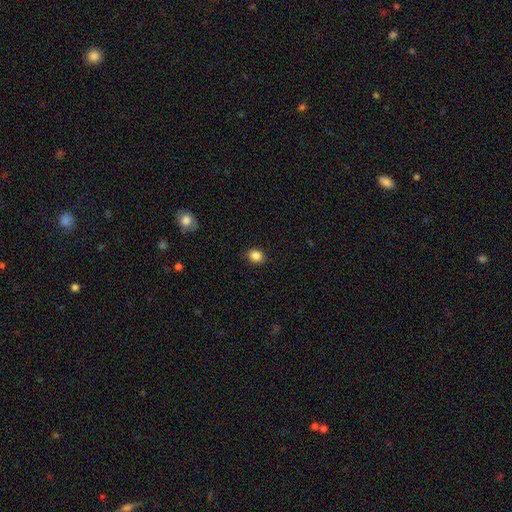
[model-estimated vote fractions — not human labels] Morphology: type=smooth (86%); roundness=in between (50%); merging=none (89%).